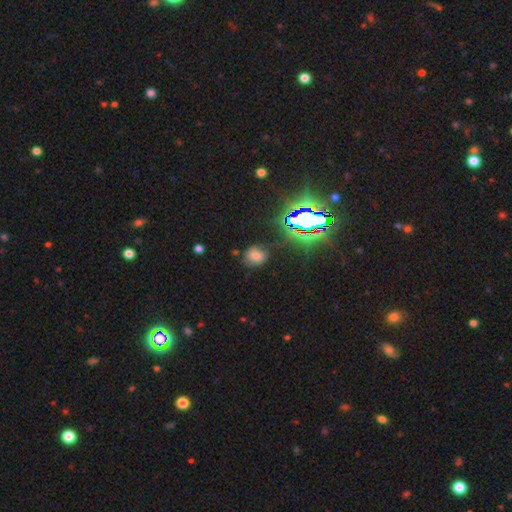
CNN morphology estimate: A smooth galaxy with no disk features (58%) that is round (69%).

Vote fractions:
- Smooth or featured? smooth: 58% / star or artifact: 28% / featured or disk: 14%
- How rounded? round: 69% / in between: 30% / cigar-shaped: 1%
- Merging? none: 74% / minor disturbance: 18% / major disturbance: 6% / merger: 3%